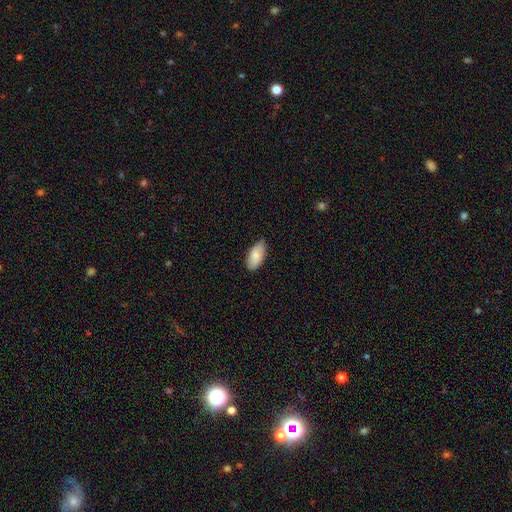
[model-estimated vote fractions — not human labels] This is clearly a smooth galaxy (81%). How rounded: clearly in between (94%). Merging: likely none (71%).